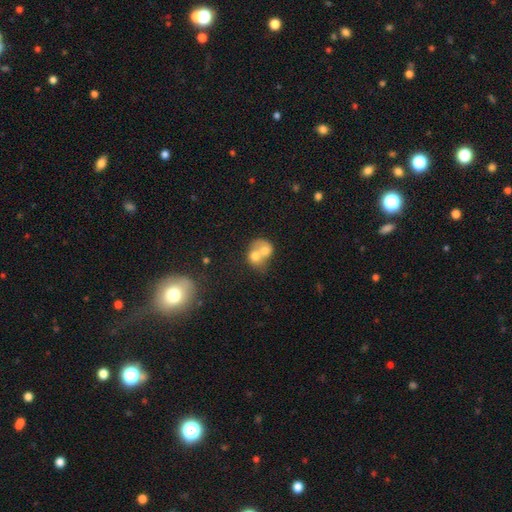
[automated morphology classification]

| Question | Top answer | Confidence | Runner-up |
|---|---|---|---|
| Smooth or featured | smooth | 62% | featured or disk (30%) |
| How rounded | round | 60% | in between (39%) |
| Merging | merger | 81% | none (11%) |